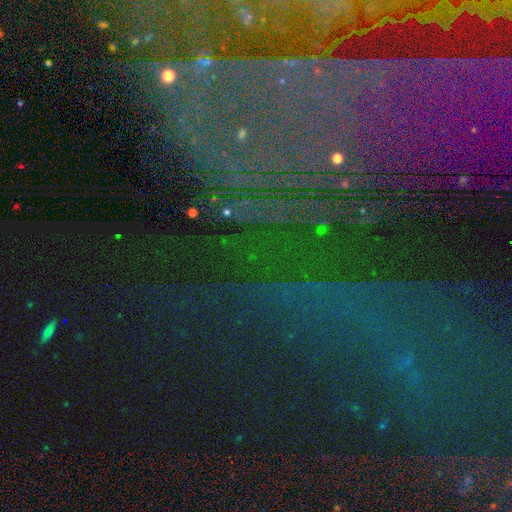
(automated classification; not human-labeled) star or artifact 77%, featured or disk 13%, smooth 10%.